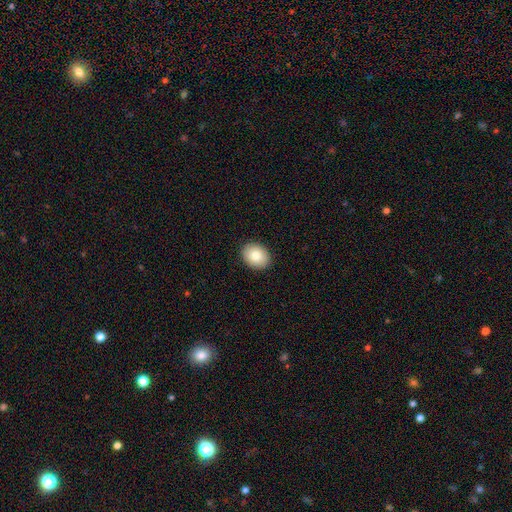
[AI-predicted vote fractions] Overall: smooth (84%). How rounded: in between (63%; round 36%). Merging: none (91%).